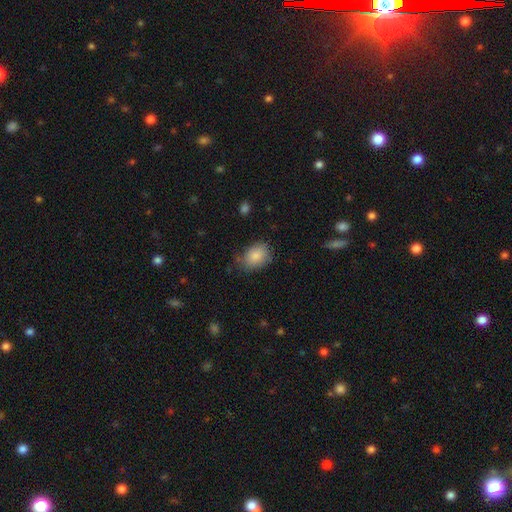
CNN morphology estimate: This appears to be a smooth galaxy with no disk features (85%) that is in between round and cigar-shaped (77%). Merging: none (72%).